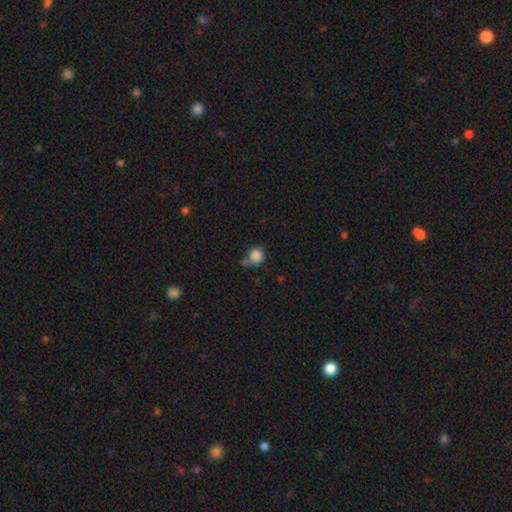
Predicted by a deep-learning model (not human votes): Smooth or featured: smooth — 86% (star or artifact — 10%)
How rounded: round — 87% (in between — 12%)
Merging: none — 59% (minor disturbance — 20%)